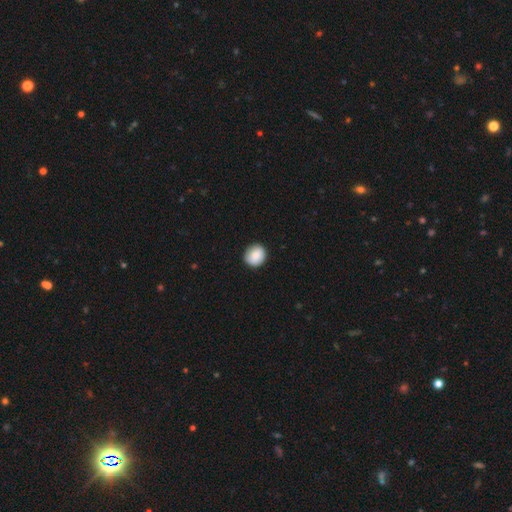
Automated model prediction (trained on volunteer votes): Smooth or featured? Predicted: smooth (p=0.87). How rounded? Predicted: round (p=0.80). Merging? Predicted: none (p=0.87).